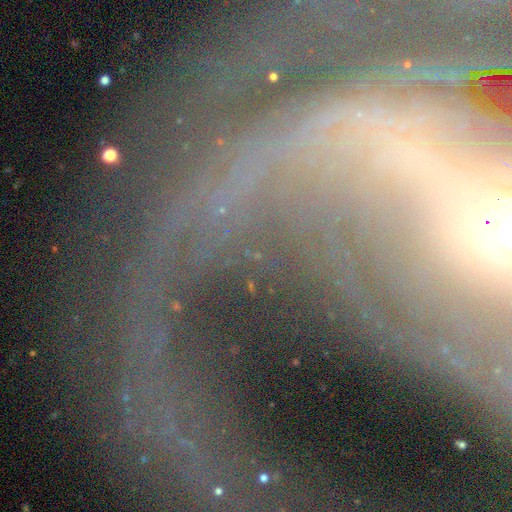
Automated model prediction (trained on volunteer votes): Overall: featured or disk (64%; star or artifact 25%). Edge-on disk: no (87%). Bar: strong (42%; no 32%). Spiral arms: yes (82%). Bulge size: small (41%; moderate 39%). Merging: none (61%).